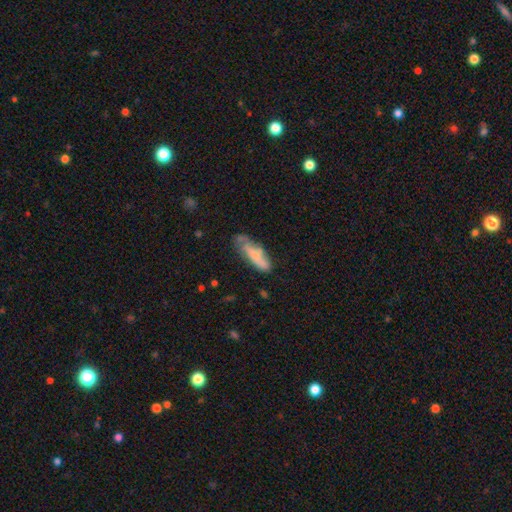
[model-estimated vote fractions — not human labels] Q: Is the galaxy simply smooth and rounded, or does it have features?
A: smooth — 62%.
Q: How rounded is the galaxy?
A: cigar-shaped — 52%.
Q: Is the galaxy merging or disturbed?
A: none — 49%.